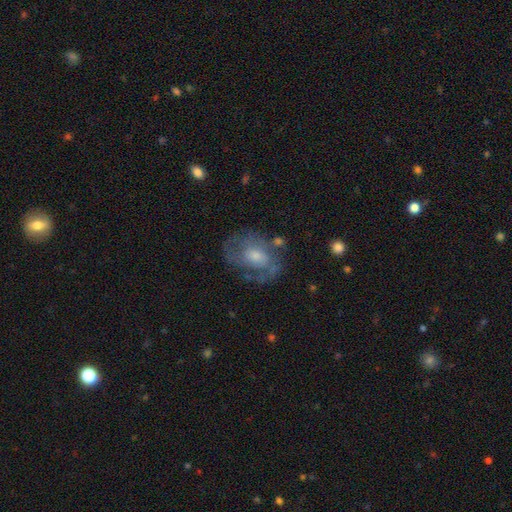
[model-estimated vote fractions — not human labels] Overall: featured or disk (68%). Edge-on disk: no (97%). Bar: no (70%). Spiral arms: yes (73%). Bulge size: moderate (49%; small 35%). Merging: none (62%).